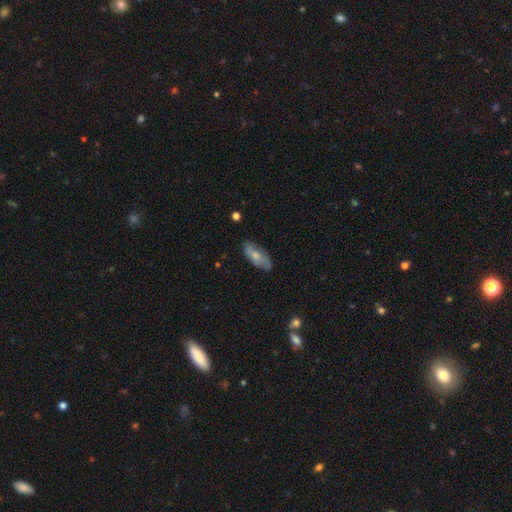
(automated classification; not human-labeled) smooth-or-featured: smooth: 61% | featured or disk: 33% | star or artifact: 6%
  how-rounded: in between: 85% | cigar-shaped: 13% | round: 3%
  merging: none: 74% | minor disturbance: 20% | major disturbance: 4% | merger: 2%